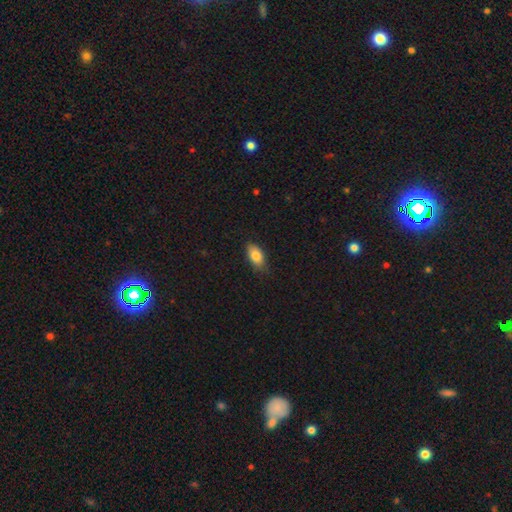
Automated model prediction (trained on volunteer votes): A smooth galaxy with no disk features (83%) that is in between round and cigar-shaped (91%). Merging: none (80%).